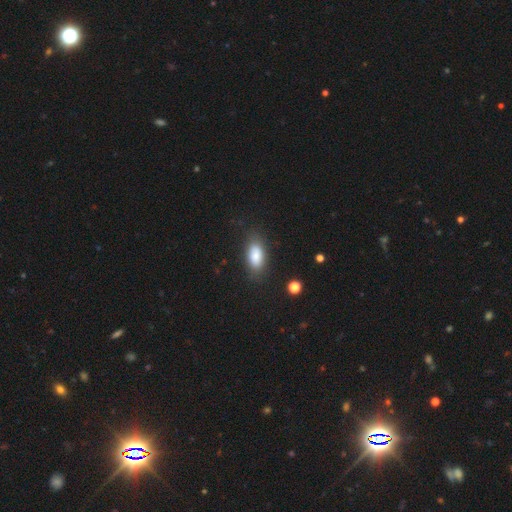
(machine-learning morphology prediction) Q: Smooth or featured?
A: smooth (85%); runner-up: star or artifact (8%)
Q: How rounded?
A: in between (89%); runner-up: cigar-shaped (7%)
Q: Merging?
A: none (80%); runner-up: minor disturbance (14%)